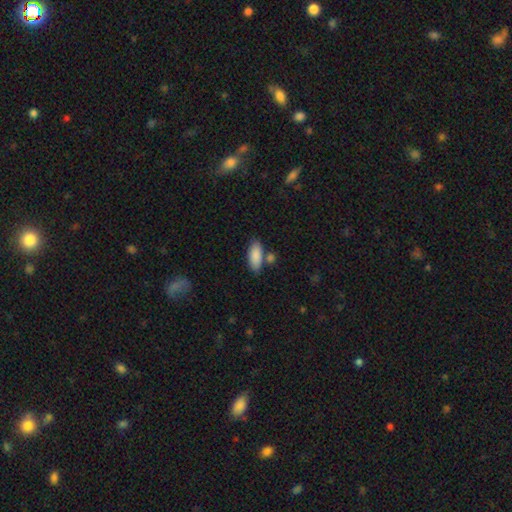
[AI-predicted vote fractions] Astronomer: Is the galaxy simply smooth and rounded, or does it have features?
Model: smooth — 87%.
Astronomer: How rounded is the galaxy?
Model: in between — 85%.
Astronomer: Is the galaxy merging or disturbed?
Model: none — 69%.